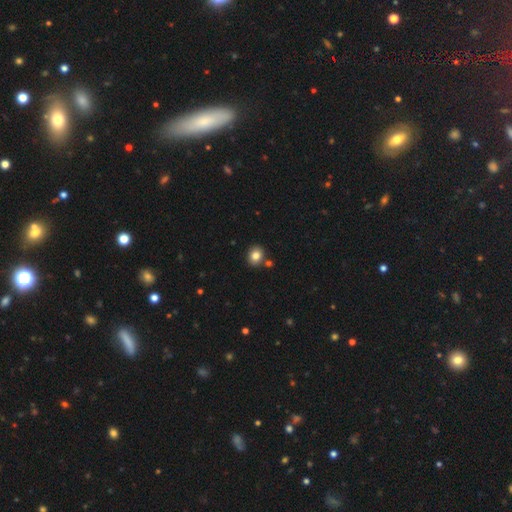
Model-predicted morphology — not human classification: Smooth or featured? smooth (82%)
How rounded? round (71%)
Merging? none (81%)